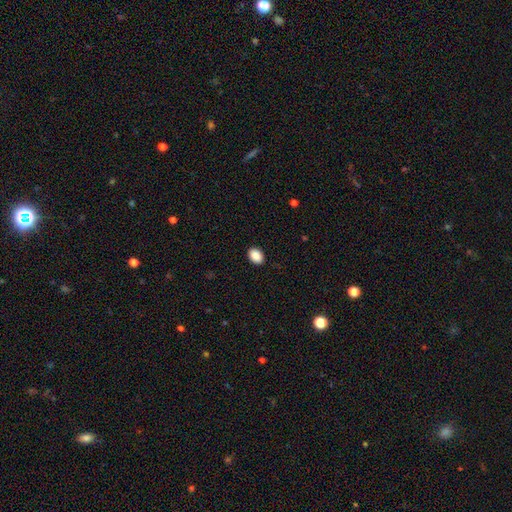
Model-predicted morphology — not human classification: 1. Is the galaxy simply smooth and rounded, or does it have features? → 89% smooth, 8% star or artifact, 3% featured or disk.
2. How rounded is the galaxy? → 75% in between, 24% round, 1% cigar-shaped.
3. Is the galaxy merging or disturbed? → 90% none, 8% minor disturbance, 2% major disturbance, 1% merger.